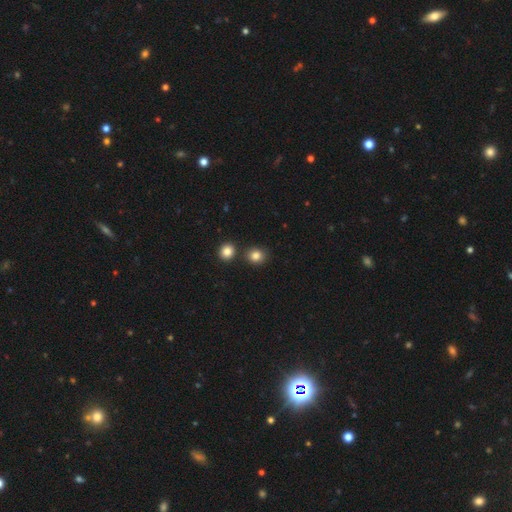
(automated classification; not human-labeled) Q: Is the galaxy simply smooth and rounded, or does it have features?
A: smooth — 84%.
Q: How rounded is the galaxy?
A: round — 80%.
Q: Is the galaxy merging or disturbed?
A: none — 78%.